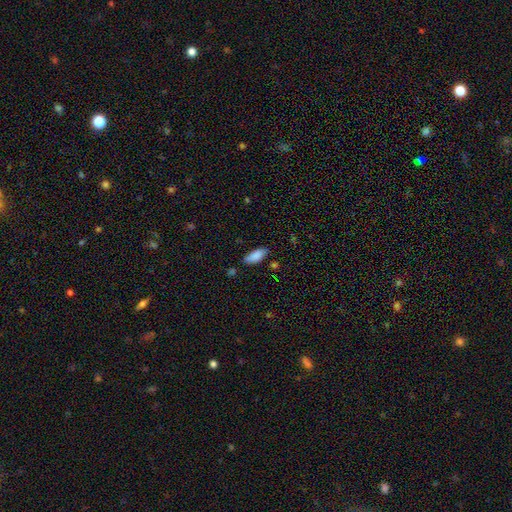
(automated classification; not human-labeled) smooth 86%, featured or disk 7%, star or artifact 7%. Down the decision tree: how rounded — in between (82%); merging — none (75%).